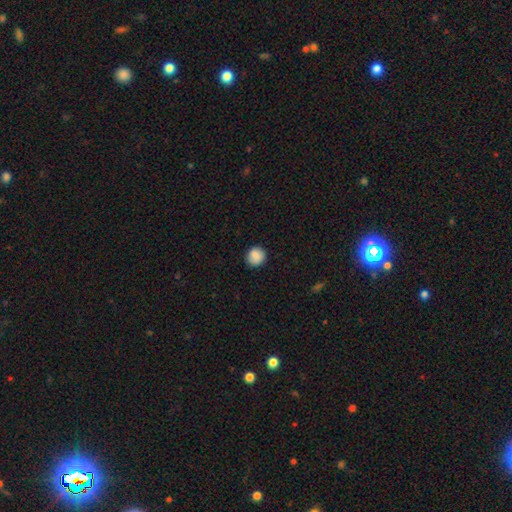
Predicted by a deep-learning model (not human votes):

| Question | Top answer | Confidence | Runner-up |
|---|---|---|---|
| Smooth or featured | smooth | 86% | star or artifact (8%) |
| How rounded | round | 91% | in between (8%) |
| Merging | none | 87% | minor disturbance (10%) |